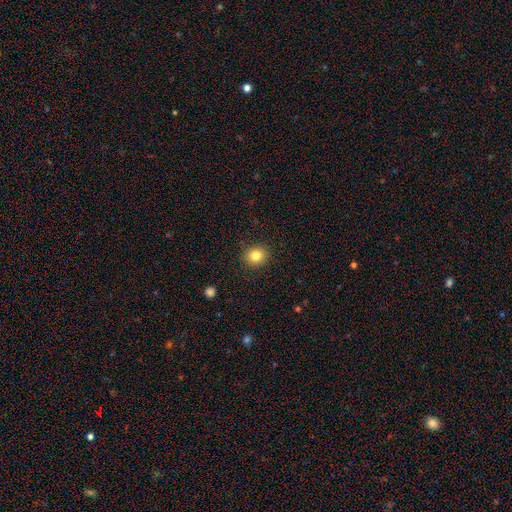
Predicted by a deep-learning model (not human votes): Smooth or featured: smooth — 82% (star or artifact — 11%)
How rounded: round — 81% (in between — 19%)
Merging: none — 90% (minor disturbance — 7%)